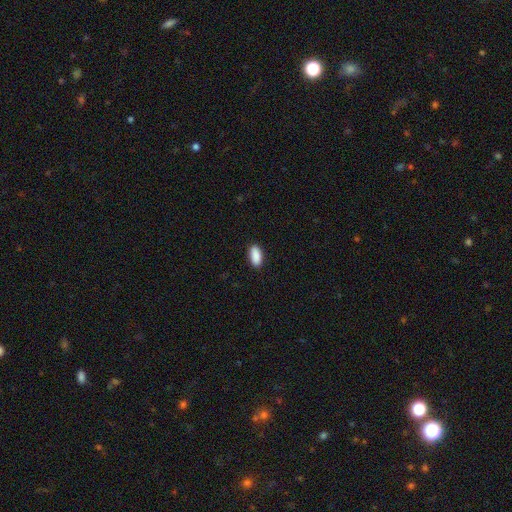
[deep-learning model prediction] A smooth galaxy with no disk features (91%) that is in between round and cigar-shaped (90%). Merging: none (89%).